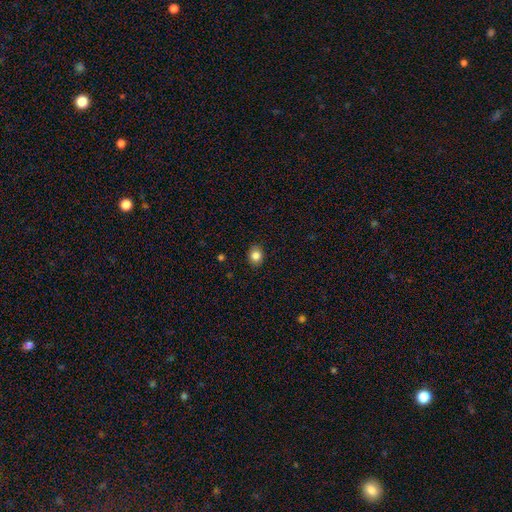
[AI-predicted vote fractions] Morphology: type=smooth (84%); roundness=round (54%); merging=none (89%).